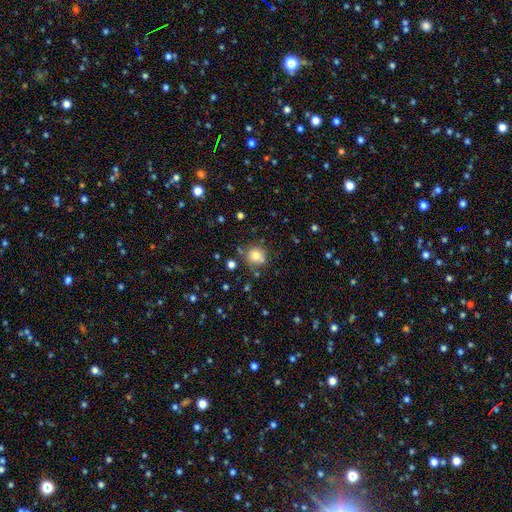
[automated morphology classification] This is likely a smooth galaxy (77%). How rounded: clearly round (88%). Merging: likely none (70%).